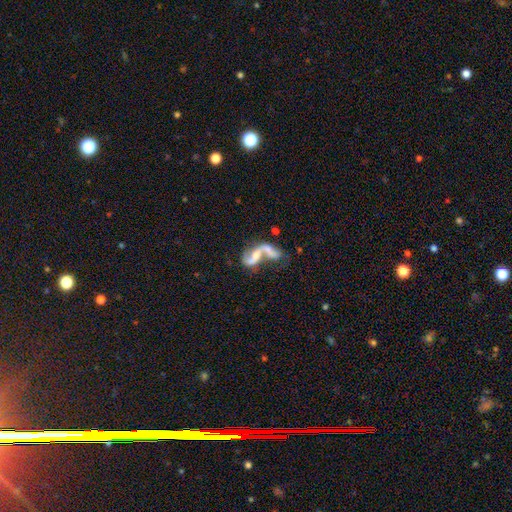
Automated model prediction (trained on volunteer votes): Morphology: type=featured or disk (70%); edge-on=no (94%); bar=no (48%); spiral arms=yes (73%); bulge=none (34%); merging=merger (57%).